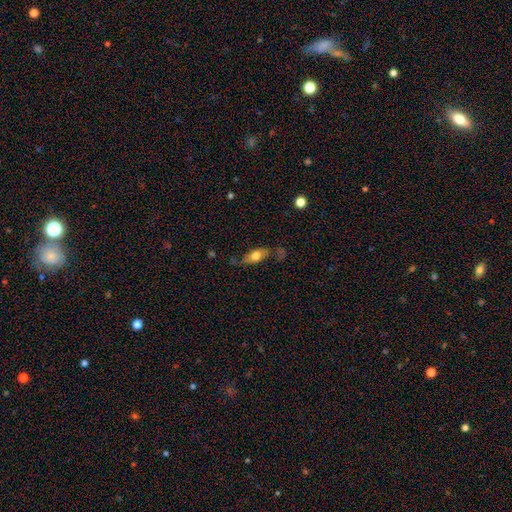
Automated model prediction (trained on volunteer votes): Smooth or featured? Predicted: smooth (p=0.65). How rounded? Predicted: in between (p=0.77). Merging? Predicted: none (p=0.61).